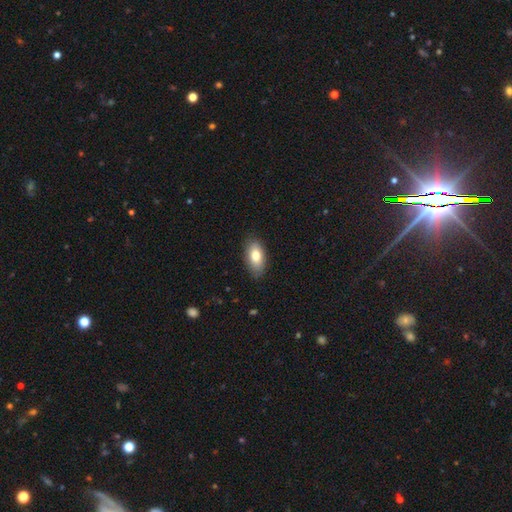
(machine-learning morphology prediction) A smooth galaxy with no disk features (80%) that is in between round and cigar-shaped (91%). Merging: none (85%).